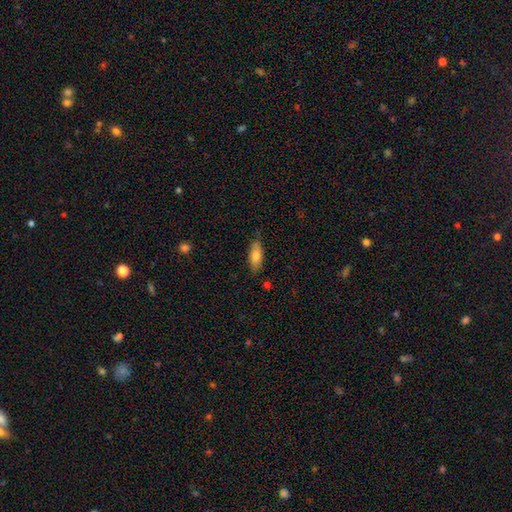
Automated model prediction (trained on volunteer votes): This appears to be a smooth galaxy with no disk features (81%) that is in between round and cigar-shaped (76%). Merging: none (76%).